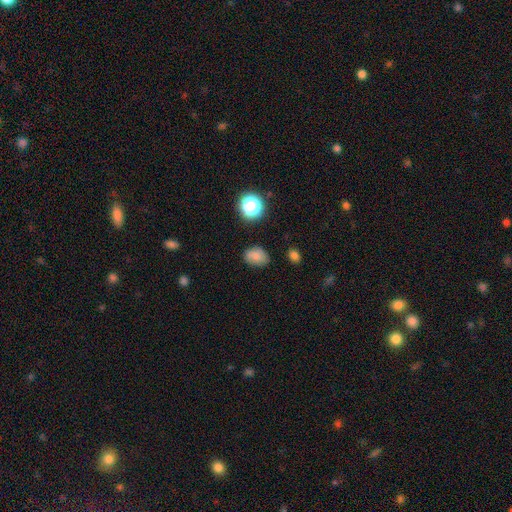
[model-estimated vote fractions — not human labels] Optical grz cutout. It shows a smooth galaxy with no disk features (76%) that is in between round and cigar-shaped (66%). Merging: none (76%).